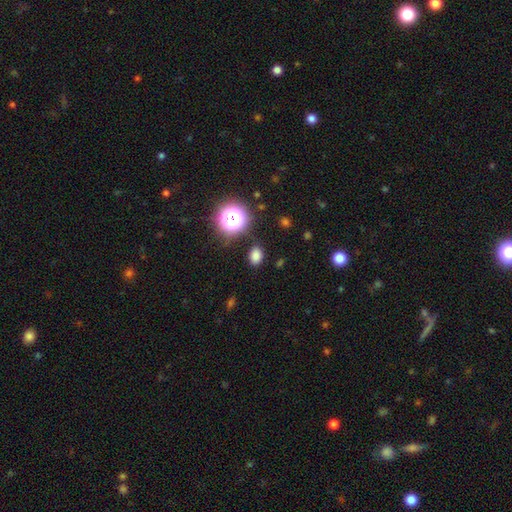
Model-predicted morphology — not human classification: A smooth galaxy with no disk features (77%) that is in between round and cigar-shaped (66%). Merging: none (84%).